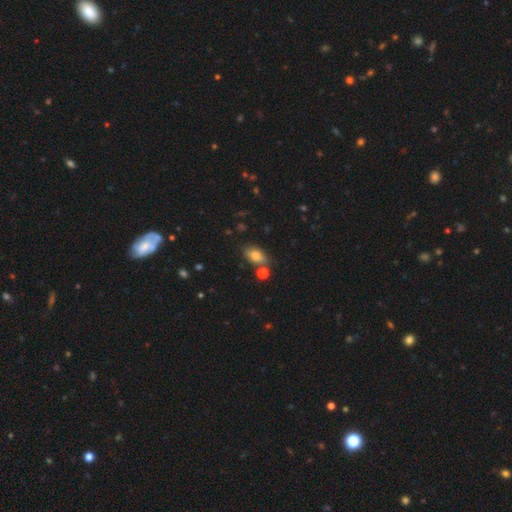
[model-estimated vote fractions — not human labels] A smooth galaxy with no disk features (74%) that is in between round and cigar-shaped (85%). Merging: none (73%).